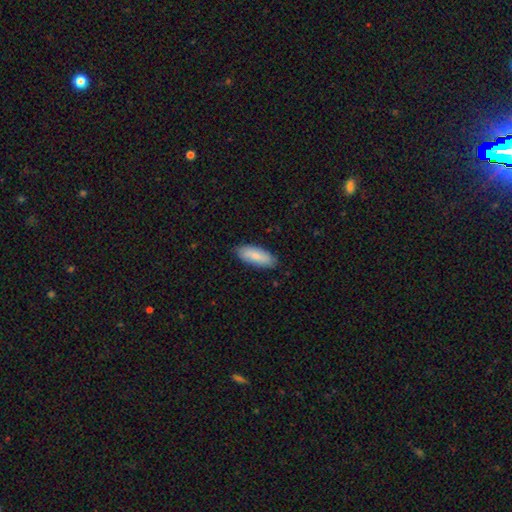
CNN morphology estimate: A smooth galaxy with no disk features (78%) that is in between round and cigar-shaped (76%).

Vote fractions:
- Smooth or featured? smooth: 78% / featured or disk: 17% / star or artifact: 5%
- How rounded? in between: 76% / cigar-shaped: 22% / round: 2%
- Merging? none: 84% / minor disturbance: 13% / major disturbance: 2% / merger: 1%